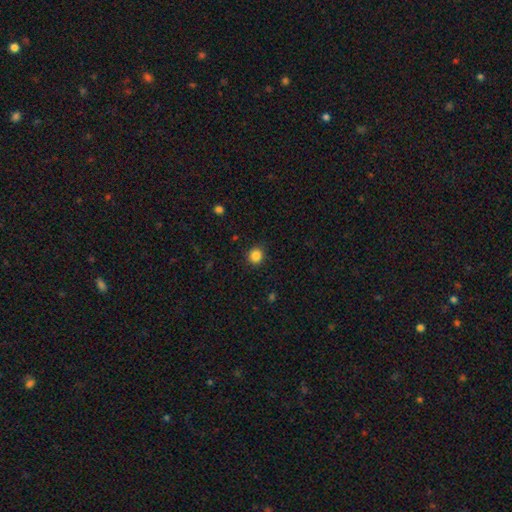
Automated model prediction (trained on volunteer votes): smooth 85%, star or artifact 11%, featured or disk 4%. Down the decision tree: how rounded — round (89%); merging — none (89%).